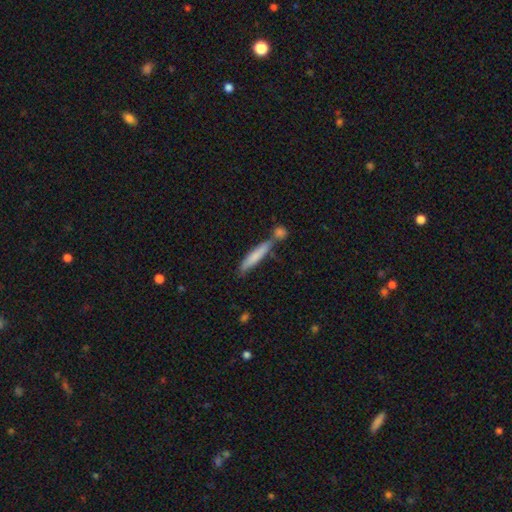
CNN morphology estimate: The model was most divided on "merging": none: 61%, merger: 21%, minor disturbance: 14%, major disturbance: 4%. More confident: how rounded — cigar-shaped (91%); smooth or featured — smooth (71%).